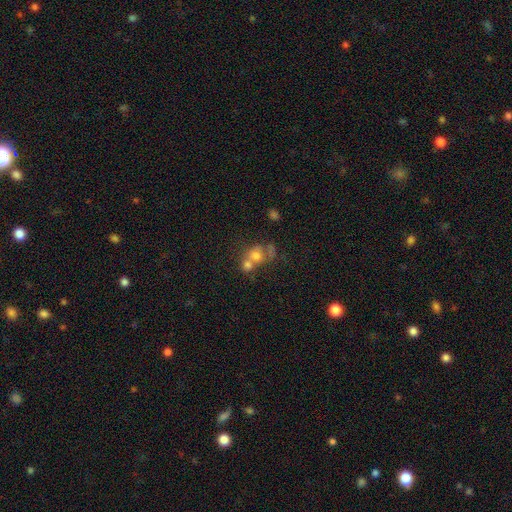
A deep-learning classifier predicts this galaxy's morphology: smooth 63%, featured or disk 23%, star or artifact 14%. Down the decision tree: how rounded — round (68%); merging — merger (63%).